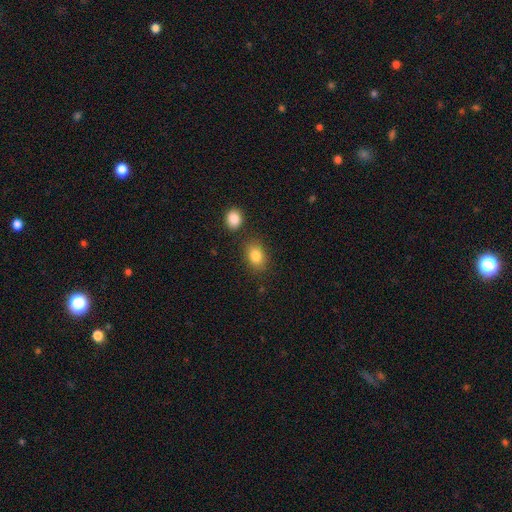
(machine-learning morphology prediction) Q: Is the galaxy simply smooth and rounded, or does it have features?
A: smooth — 84%.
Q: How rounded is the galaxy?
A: in between — 74%.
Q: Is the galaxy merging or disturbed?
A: none — 79%.